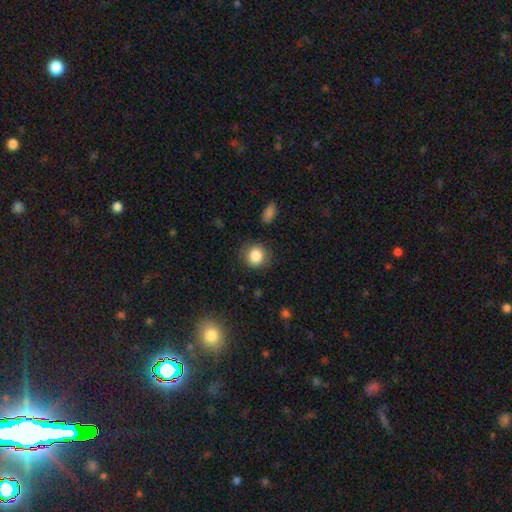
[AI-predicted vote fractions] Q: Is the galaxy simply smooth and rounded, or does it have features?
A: smooth — 86%.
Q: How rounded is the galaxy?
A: round — 85%.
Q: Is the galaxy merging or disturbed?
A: none — 84%.